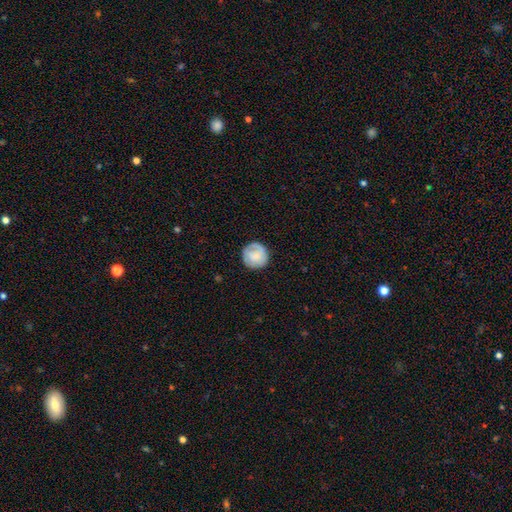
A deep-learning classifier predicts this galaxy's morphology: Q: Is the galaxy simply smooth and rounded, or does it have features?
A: smooth — 70%.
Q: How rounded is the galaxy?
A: round — 93%.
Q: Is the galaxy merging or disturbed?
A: none — 79%.